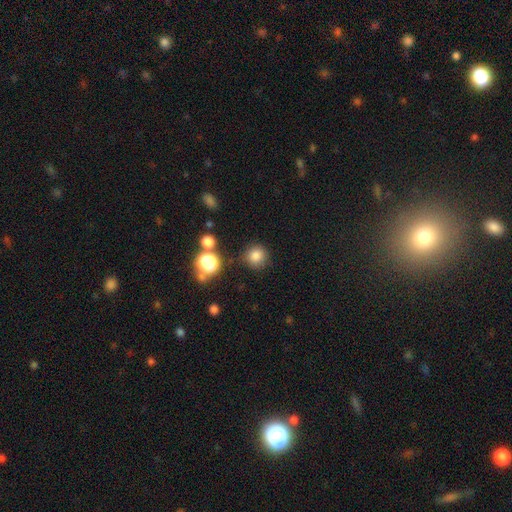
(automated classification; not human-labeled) The model was most divided on "smooth or featured": smooth: 80%, star or artifact: 14%, featured or disk: 5%. More confident: how rounded — round (93%); merging — none (84%).